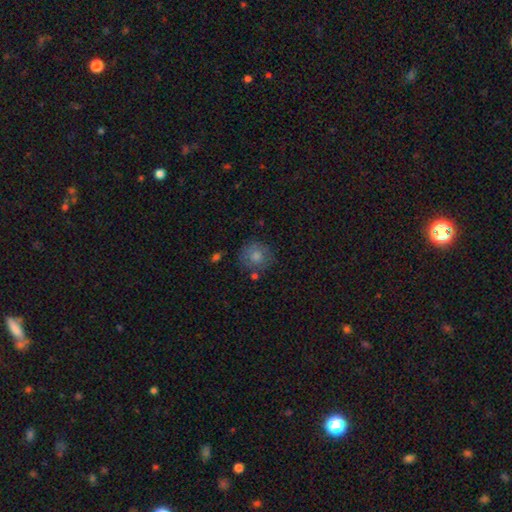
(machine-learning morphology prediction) Smooth or featured: smooth — 72% (featured or disk — 19%)
How rounded: round — 88% (in between — 11%)
Merging: none — 71% (minor disturbance — 17%)